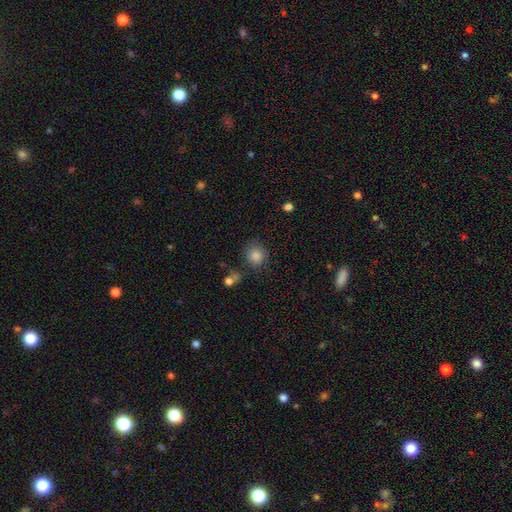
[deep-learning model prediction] Morphology: type=smooth (84%); roundness=round (84%); merging=none (75%).